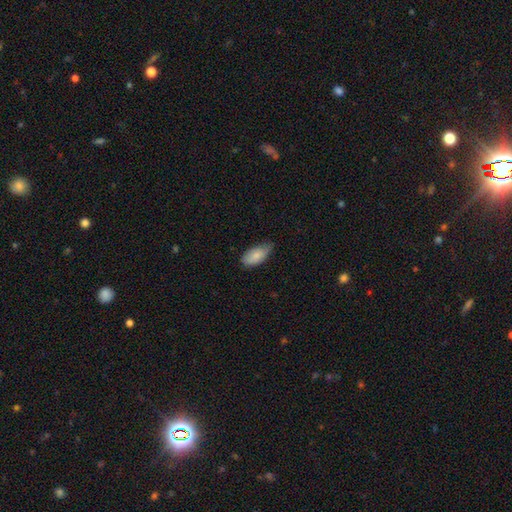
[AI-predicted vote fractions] smooth 82%, featured or disk 12%, star or artifact 6%. Down the decision tree: how rounded — in between (93%); merging — none (57%).